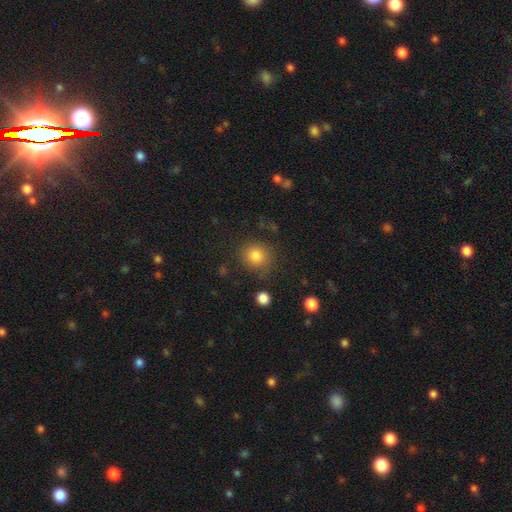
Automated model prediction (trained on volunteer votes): This appears to be a smooth galaxy with no disk features (83%) that is round (84%). Merging: none (80%).